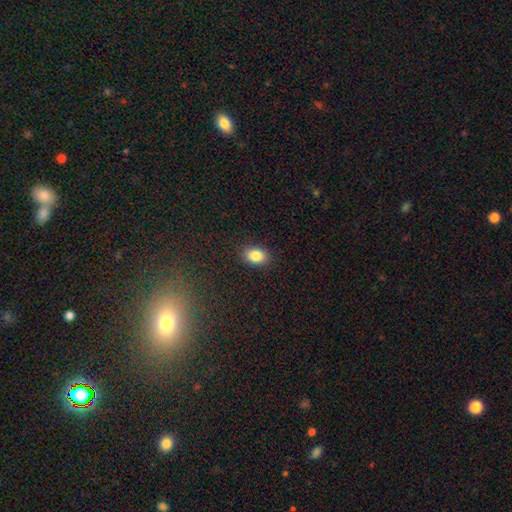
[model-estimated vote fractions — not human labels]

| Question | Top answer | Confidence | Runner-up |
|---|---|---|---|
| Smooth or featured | smooth | 85% | star or artifact (9%) |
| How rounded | in between | 81% | round (18%) |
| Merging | none | 88% | minor disturbance (9%) |